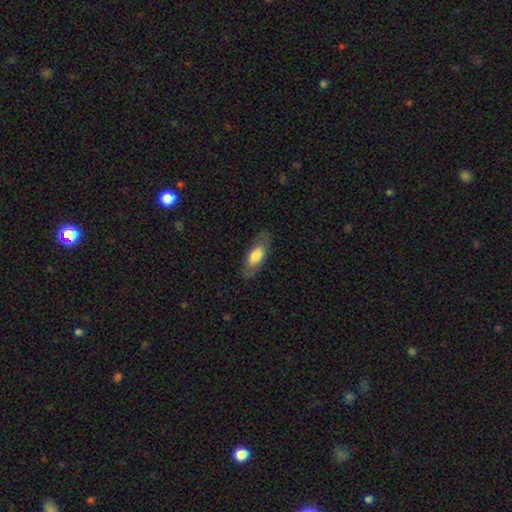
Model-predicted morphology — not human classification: type=smooth (70%); roundness=in between (81%); merging=none (77%).